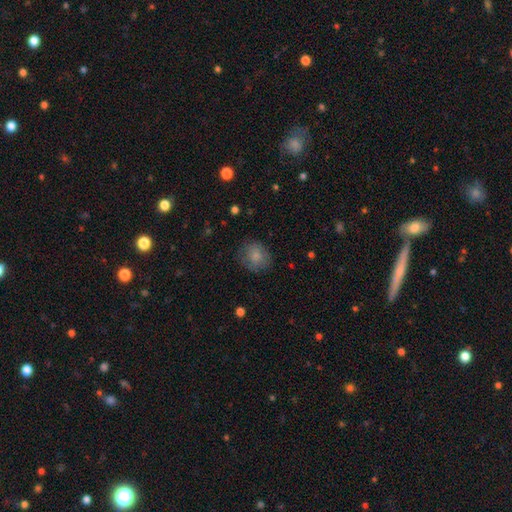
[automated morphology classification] smooth 81%, featured or disk 11%, star or artifact 8%. Down the decision tree: how rounded — round (76%); merging — none (75%).